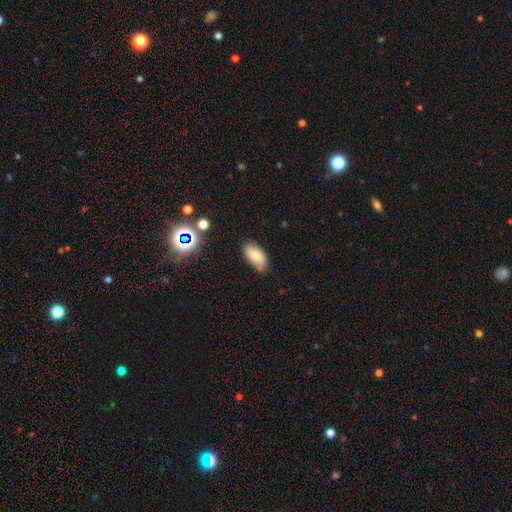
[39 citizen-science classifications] Overall: smooth (79%). How rounded: in between (97%). Merging: none (89%).